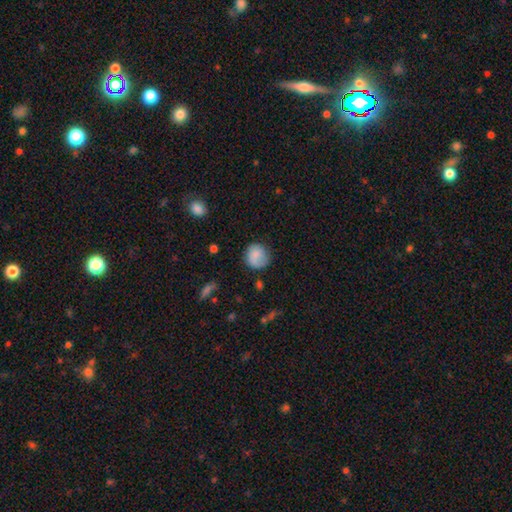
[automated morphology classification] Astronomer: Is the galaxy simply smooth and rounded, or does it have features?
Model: smooth — 77%.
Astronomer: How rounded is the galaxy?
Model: round — 84%.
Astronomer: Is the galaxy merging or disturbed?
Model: none — 70%.